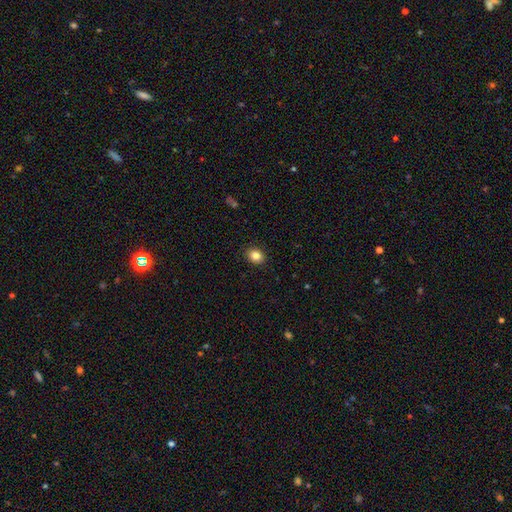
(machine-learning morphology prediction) smooth 84%, star or artifact 10%, featured or disk 6%. Down the decision tree: how rounded — in between (54%); merging — none (90%).